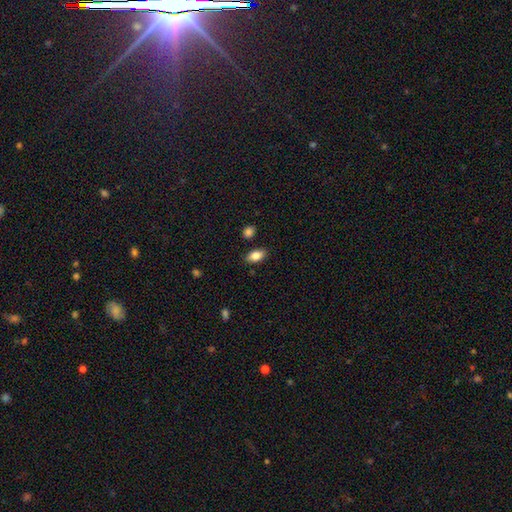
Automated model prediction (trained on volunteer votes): Smooth or featured? smooth (85%)
How rounded? in between (90%)
Merging? none (85%)